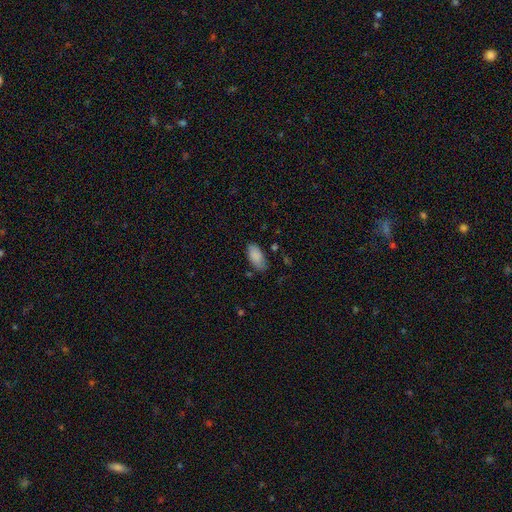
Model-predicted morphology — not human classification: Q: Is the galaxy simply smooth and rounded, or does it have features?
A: smooth — 87%.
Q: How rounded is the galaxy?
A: in between — 93%.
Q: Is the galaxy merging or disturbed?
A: none — 75%.